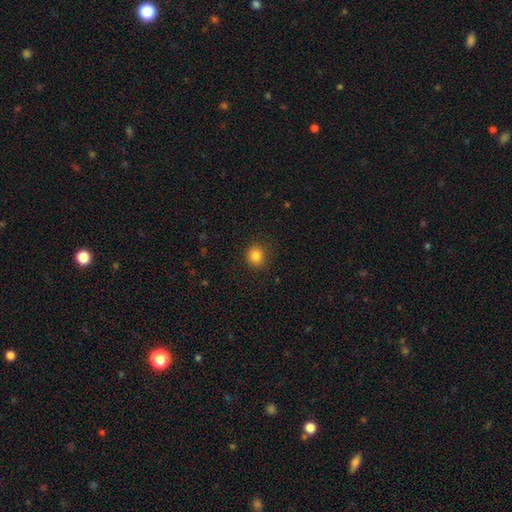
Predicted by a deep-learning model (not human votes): A smooth galaxy with no disk features (84%) that is round (84%). Merging: none (87%).